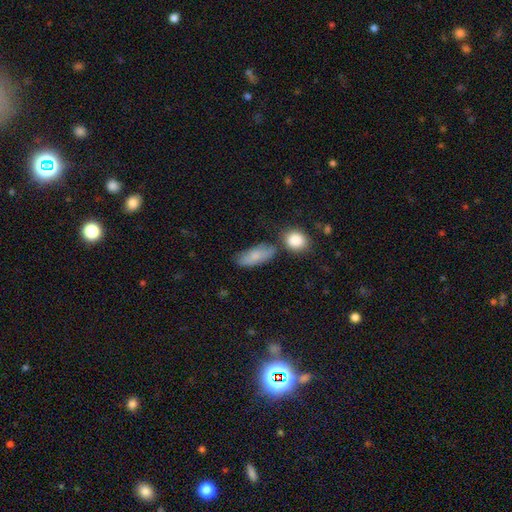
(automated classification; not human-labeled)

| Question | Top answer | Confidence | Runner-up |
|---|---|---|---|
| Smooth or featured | smooth | 76% | featured or disk (16%) |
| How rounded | in between | 80% | cigar-shaped (15%) |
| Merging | none | 59% | minor disturbance (21%) |